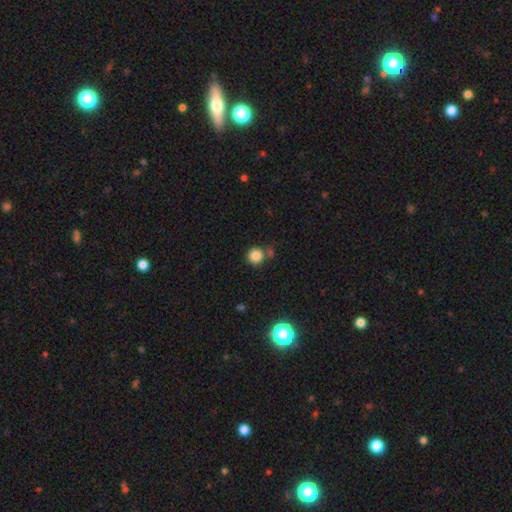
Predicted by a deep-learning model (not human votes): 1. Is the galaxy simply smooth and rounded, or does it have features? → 84% smooth, 12% star or artifact, 4% featured or disk.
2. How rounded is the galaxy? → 94% round, 5% in between, 1% cigar-shaped.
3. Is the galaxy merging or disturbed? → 73% none, 15% merger, 10% minor disturbance, 3% major disturbance.